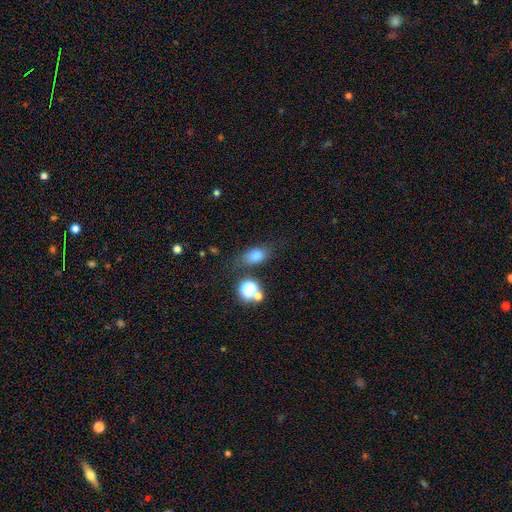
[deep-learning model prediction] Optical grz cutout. It shows a smooth galaxy with no disk features (75%) that is in between round and cigar-shaped (76%). Merging: none (65%).